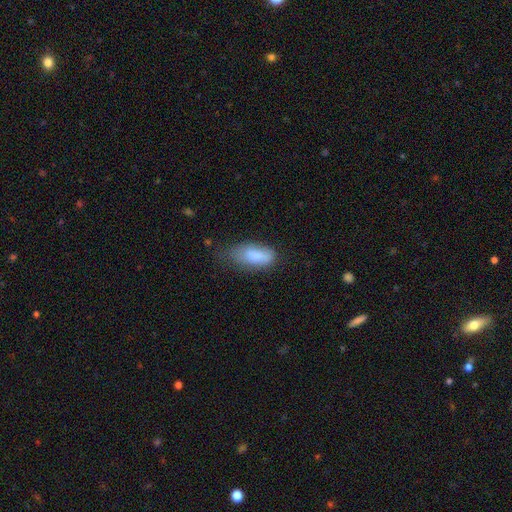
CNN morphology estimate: Smooth or featured? Predicted: smooth (p=0.82). How rounded? Predicted: in between (p=0.87). Merging? Predicted: none (p=0.44).